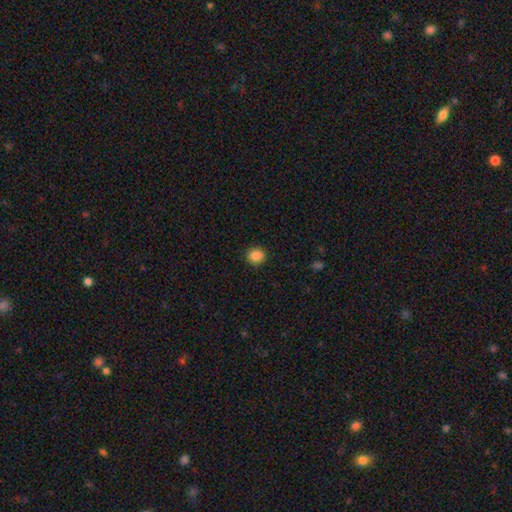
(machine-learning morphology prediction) This appears to be a smooth galaxy with no disk features (87%) that is round (81%). Merging: none (91%).